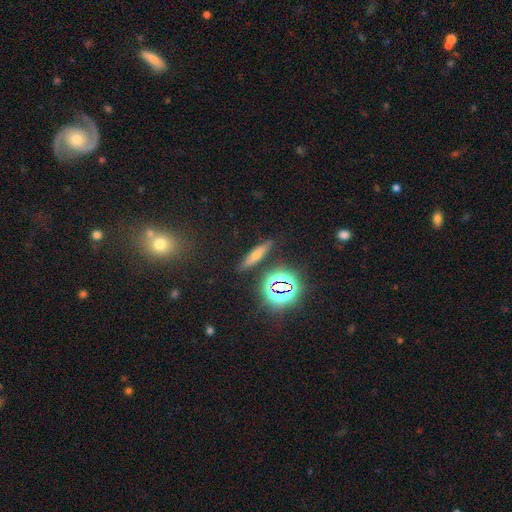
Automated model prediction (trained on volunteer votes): Smooth or featured? smooth (54%)
How rounded? cigar-shaped (71%)
Merging? none (85%)